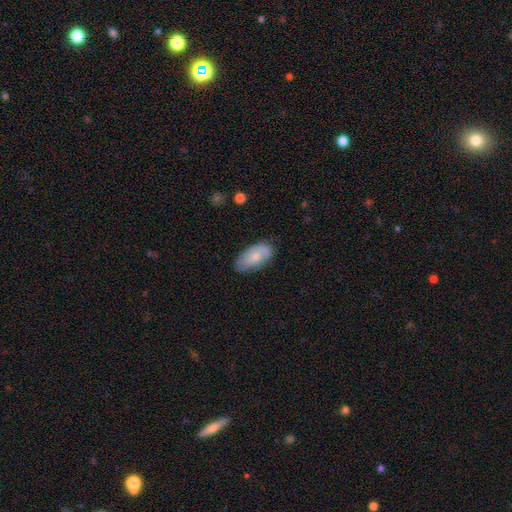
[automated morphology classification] Overall: smooth (63%; featured or disk 31%). How rounded: in between (93%). Merging: none (71%).